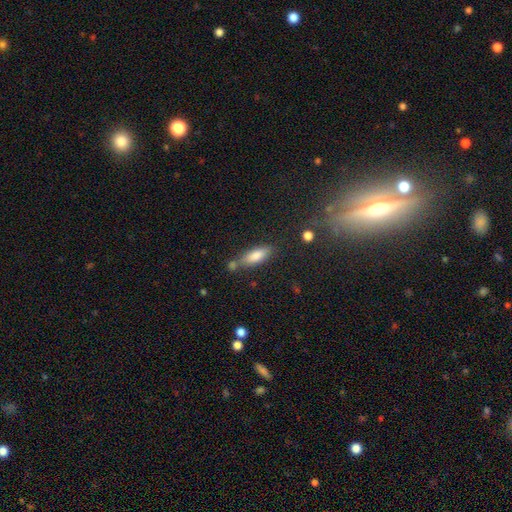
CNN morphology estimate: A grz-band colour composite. It shows a smooth galaxy with no disk features (79%) that is in between round and cigar-shaped (60%). Merging: none (62%).